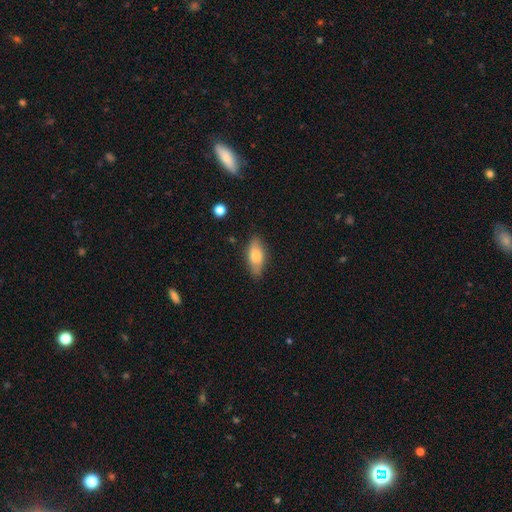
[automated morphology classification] The model was most divided on "how rounded": in between: 77%, cigar-shaped: 20%, round: 3%. More confident: merging — none (80%); smooth or featured — smooth (75%).